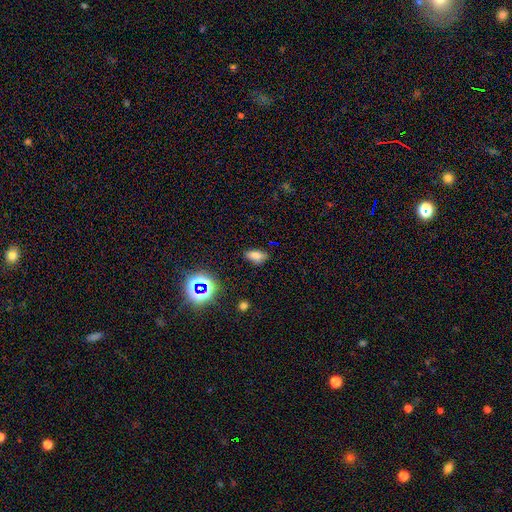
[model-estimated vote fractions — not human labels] Smooth or featured? smooth (74%)
How rounded? in between (85%)
Merging? none (82%)